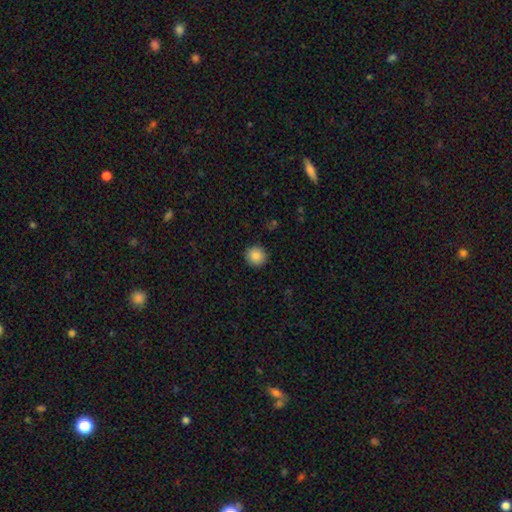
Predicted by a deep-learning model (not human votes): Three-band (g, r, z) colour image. It shows a smooth galaxy with no disk features (87%) that is round (94%). Merging: none (92%).